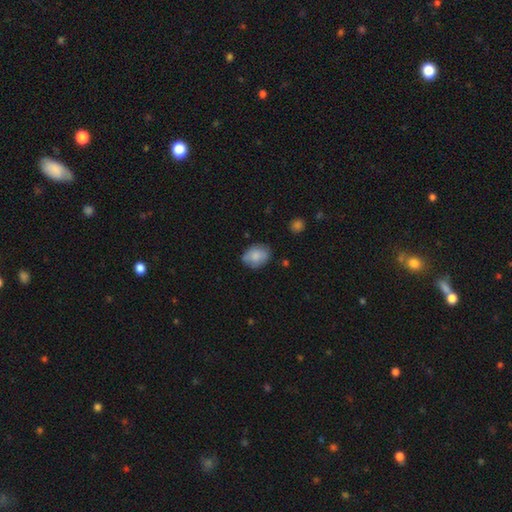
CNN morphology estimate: This is clearly a smooth galaxy (81%). How rounded: likely in between (65%). Merging: likely none (73%).